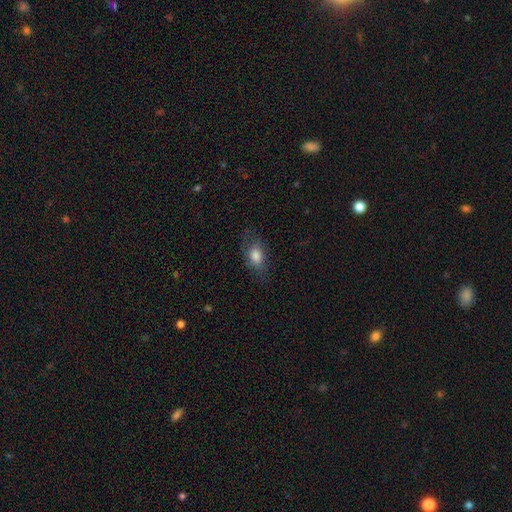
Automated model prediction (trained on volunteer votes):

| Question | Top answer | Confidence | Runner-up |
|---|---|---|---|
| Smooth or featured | smooth | 80% | featured or disk (11%) |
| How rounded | in between | 77% | round (19%) |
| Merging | none | 72% | minor disturbance (19%) |